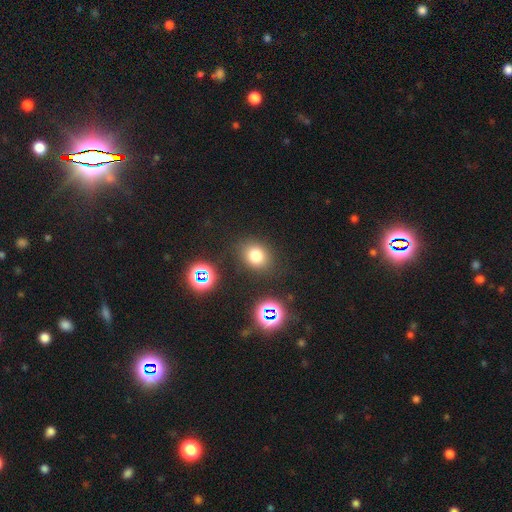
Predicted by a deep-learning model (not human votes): A smooth galaxy with no disk features (75%) that is round (65%).

Vote fractions:
- Smooth or featured? smooth: 75% / star or artifact: 18% / featured or disk: 8%
- How rounded? round: 65% / in between: 34% / cigar-shaped: 1%
- Merging? none: 82% / minor disturbance: 11% / major disturbance: 4% / merger: 3%